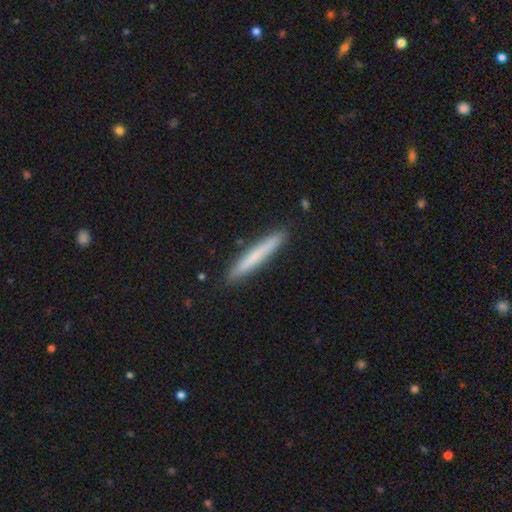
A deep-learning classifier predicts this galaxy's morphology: type=smooth (71%); roundness=cigar-shaped (96%); merging=none (91%).